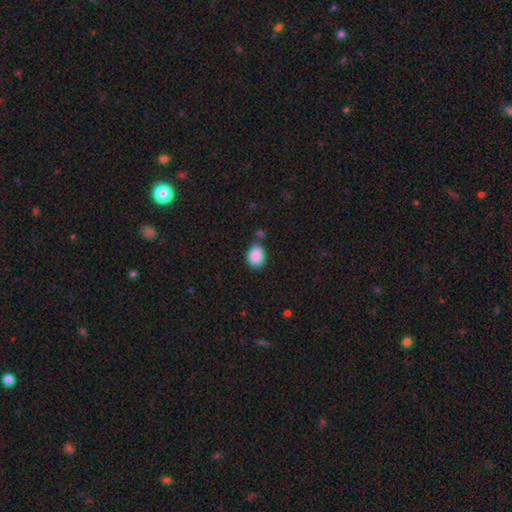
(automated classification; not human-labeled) A smooth galaxy with no disk features (89%) that is in between round and cigar-shaped (67%). Merging: none (74%).